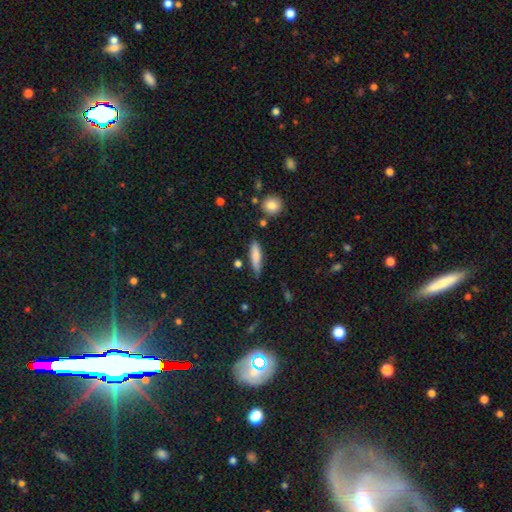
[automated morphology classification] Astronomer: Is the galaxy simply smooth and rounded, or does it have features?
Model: smooth — 80%.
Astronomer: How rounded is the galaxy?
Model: cigar-shaped — 71%.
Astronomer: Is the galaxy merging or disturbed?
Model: none — 75%.